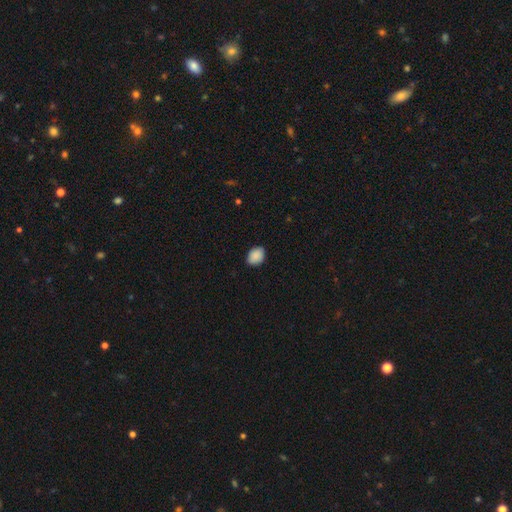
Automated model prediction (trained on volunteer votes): Smooth or featured? Predicted: smooth (p=0.90). How rounded? Predicted: in between (p=0.68). Merging? Predicted: none (p=0.85).